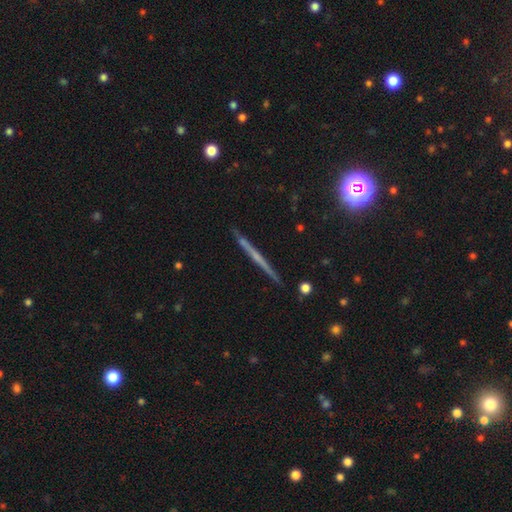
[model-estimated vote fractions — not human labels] Q: Smooth or featured?
A: featured or disk (62%); runner-up: smooth (26%)
Q: Edge-on disk?
A: yes (97%); runner-up: no (3%)
Q: Edge-on bulge?
A: none (70%); runner-up: rounded (23%)
Q: Merging?
A: none (90%); runner-up: minor disturbance (7%)